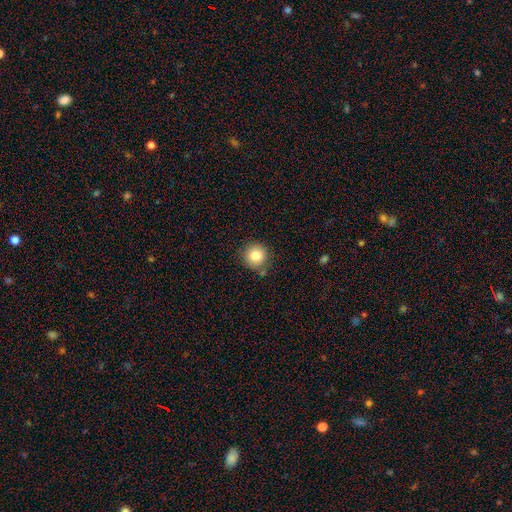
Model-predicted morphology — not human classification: The model was most divided on "merging": none: 83%, minor disturbance: 11%, merger: 4%, major disturbance: 3%. More confident: how rounded — round (92%); smooth or featured — smooth (83%).